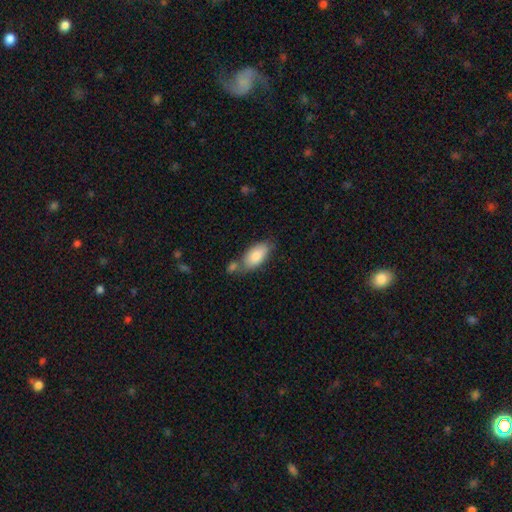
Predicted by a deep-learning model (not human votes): smooth 80%, featured or disk 14%, star or artifact 6%. Down the decision tree: how rounded — in between (92%); merging — none (51%).